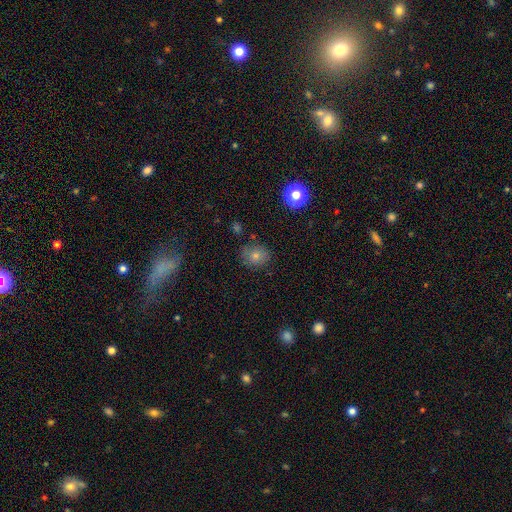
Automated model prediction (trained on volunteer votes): Q: Smooth or featured?
A: smooth (68%); runner-up: star or artifact (19%)
Q: How rounded?
A: round (76%); runner-up: in between (23%)
Q: Merging?
A: none (82%); runner-up: minor disturbance (12%)